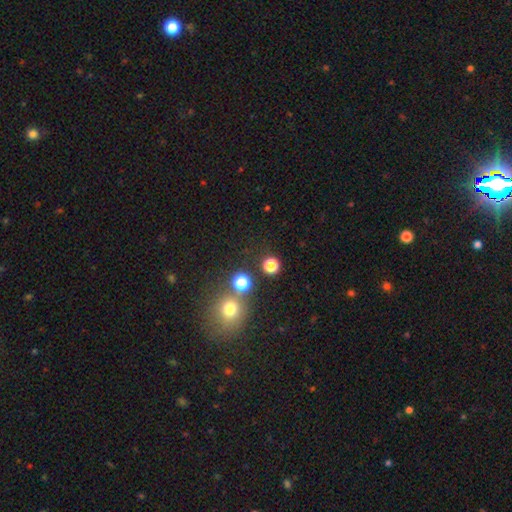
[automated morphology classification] Smooth or featured: smooth — 54% (star or artifact — 37%)
How rounded: round — 80% (in between — 19%)
Merging: none — 67% (merger — 21%)